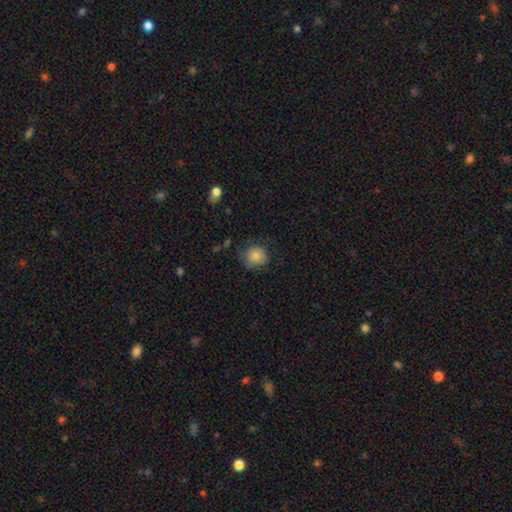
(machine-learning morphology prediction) Smooth or featured: smooth — 82% (featured or disk — 10%)
How rounded: round — 88% (in between — 11%)
Merging: none — 70% (minor disturbance — 21%)